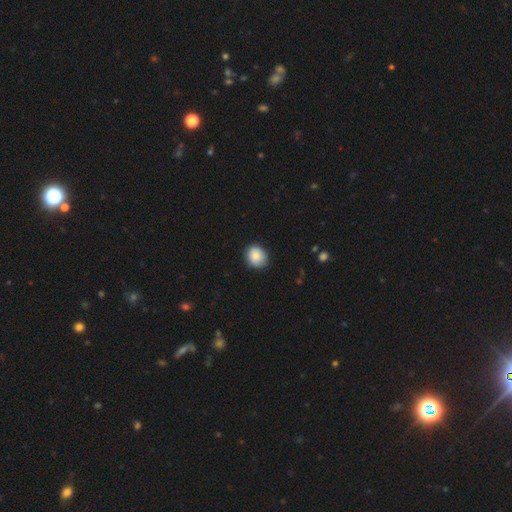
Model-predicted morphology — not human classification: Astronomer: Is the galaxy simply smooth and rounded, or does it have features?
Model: smooth — 85%.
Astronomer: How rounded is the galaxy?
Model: round — 66%.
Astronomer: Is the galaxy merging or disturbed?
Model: none — 82%.